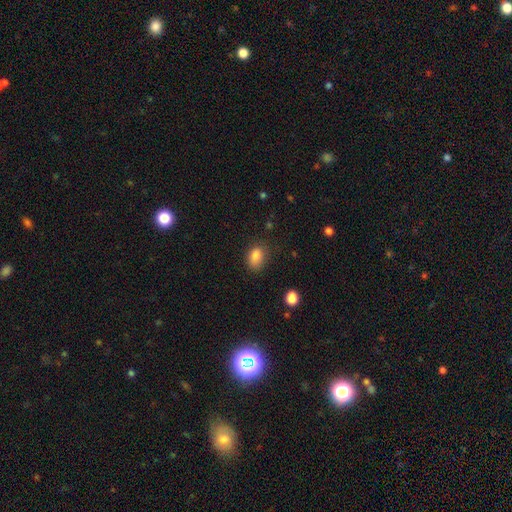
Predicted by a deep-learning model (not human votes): The model was most divided on "merging": none: 69%, minor disturbance: 23%, major disturbance: 6%, merger: 2%. More confident: smooth or featured — smooth (84%); how rounded — in between (76%).